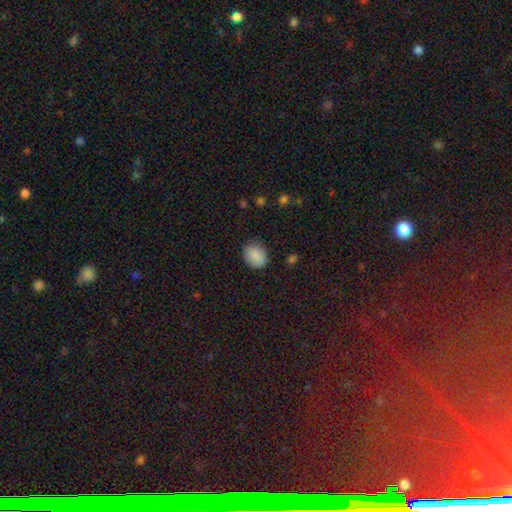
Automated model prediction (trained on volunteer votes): Smooth or featured?
  - smooth: 88% *
  - star or artifact: 8%
  - featured or disk: 5%
How rounded?
  - round: 56% *
  - in between: 43%
  - cigar-shaped: 1%
Merging?
  - none: 80% *
  - minor disturbance: 15%
  - major disturbance: 3%
  - merger: 1%